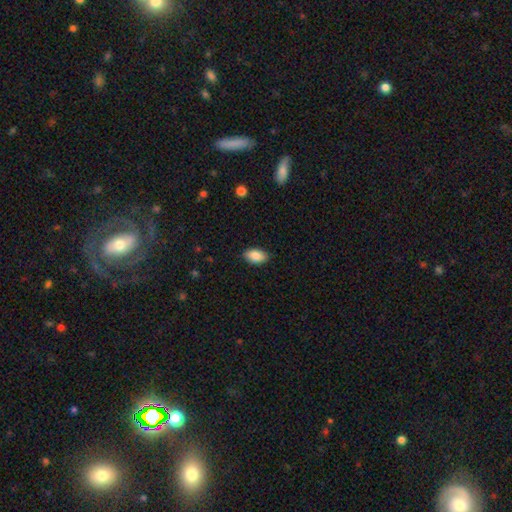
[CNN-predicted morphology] Overall: smooth (88%). How rounded: in between (93%). Merging: none (87%).